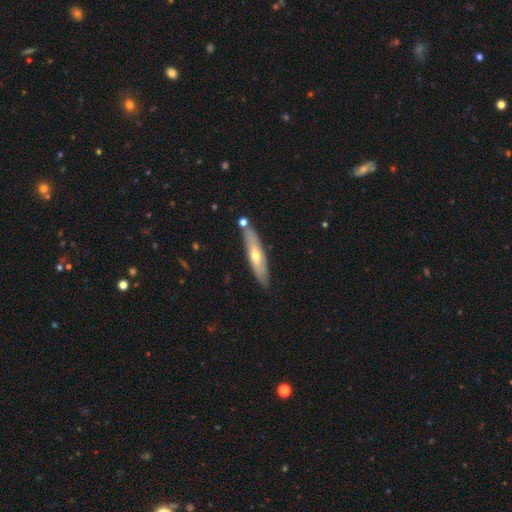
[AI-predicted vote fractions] This is possibly a featured or disk galaxy (53%). It is likely viewed edge-on (68%). Merging: clearly none (82%).